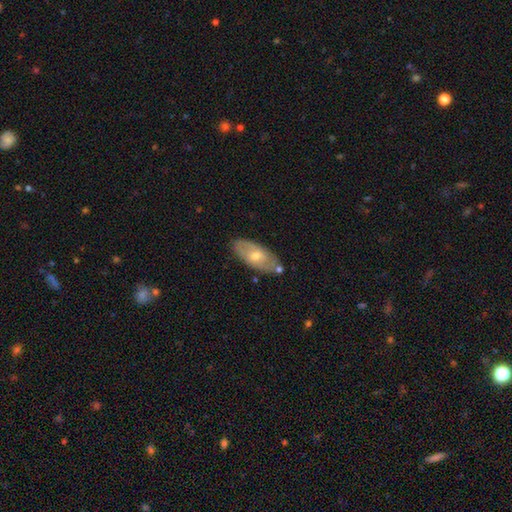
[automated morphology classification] This is possibly a featured or disk galaxy (47%). Merging: likely none (76%).